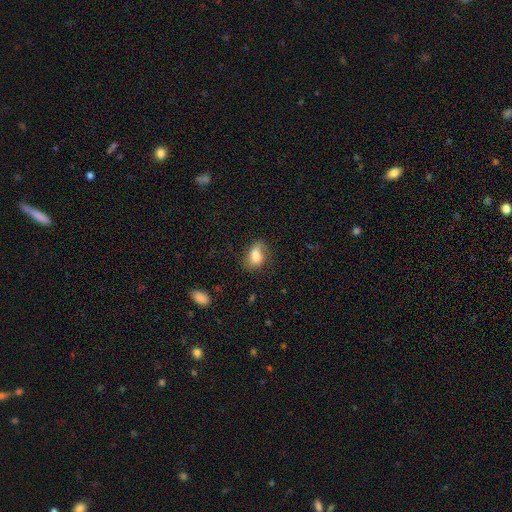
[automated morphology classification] A smooth galaxy with no disk features (75%) that is in between round and cigar-shaped (81%).

Vote fractions:
- Smooth or featured? smooth: 75% / featured or disk: 16% / star or artifact: 9%
- How rounded? in between: 81% / round: 17% / cigar-shaped: 2%
- Merging? none: 57% / minor disturbance: 28% / major disturbance: 12% / merger: 4%